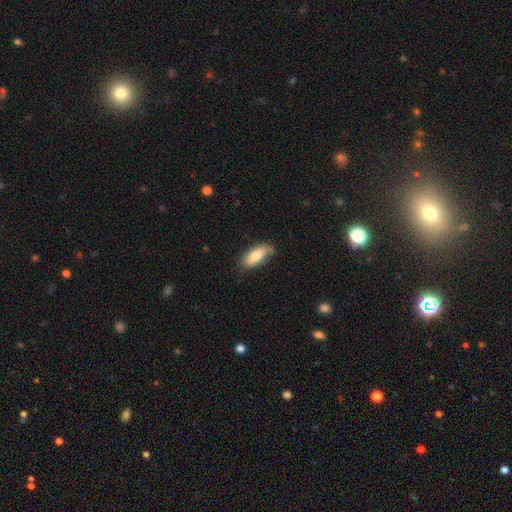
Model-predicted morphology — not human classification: Smooth or featured: smooth — 73% (featured or disk — 21%)
How rounded: in between — 82% (cigar-shaped — 16%)
Merging: none — 62% (minor disturbance — 29%)